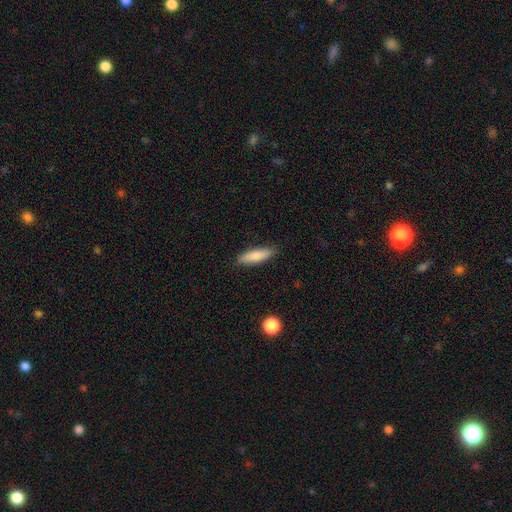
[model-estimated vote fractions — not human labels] Q: Smooth or featured?
A: smooth (81%); runner-up: featured or disk (13%)
Q: How rounded?
A: cigar-shaped (64%); runner-up: in between (34%)
Q: Merging?
A: none (87%); runner-up: minor disturbance (10%)